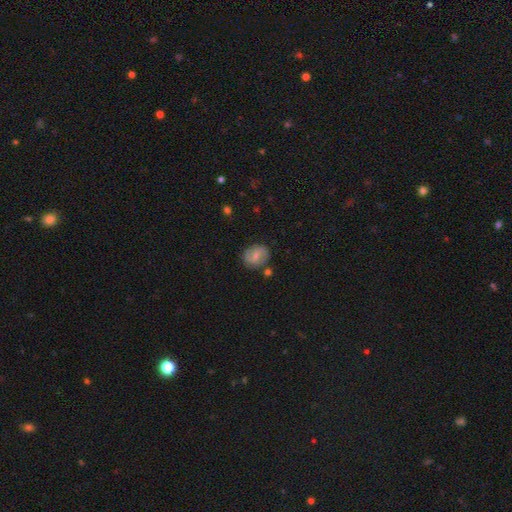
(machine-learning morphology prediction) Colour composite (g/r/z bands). It shows a featured or disk galaxy (48%). Merging: none (77%).